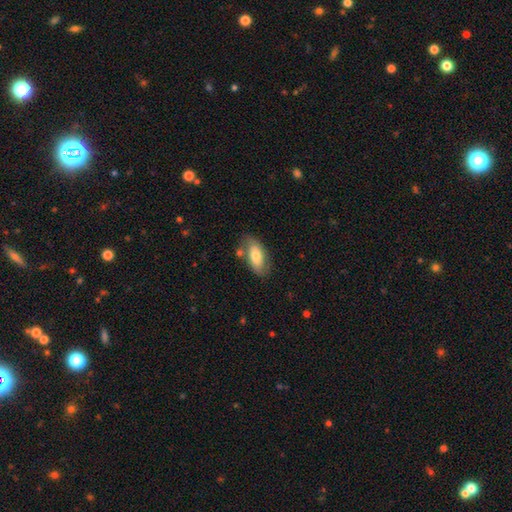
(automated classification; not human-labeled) A smooth galaxy with no disk features (62%) that is in between round and cigar-shaped (91%).

Vote fractions:
- Smooth or featured? smooth: 62% / featured or disk: 31% / star or artifact: 6%
- How rounded? in between: 91% / cigar-shaped: 6% / round: 4%
- Merging? none: 66% / minor disturbance: 19% / merger: 9% / major disturbance: 6%